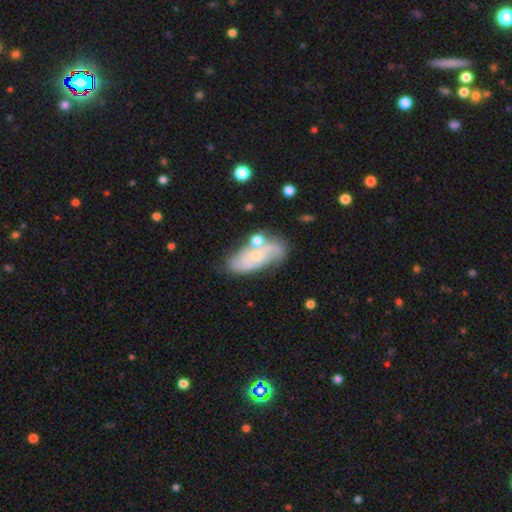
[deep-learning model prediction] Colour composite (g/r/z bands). It shows a featured or disk galaxy (59%) with no bar (67%), spiral arms (83%) and a small central bulge (69%). Merging: none (54%).